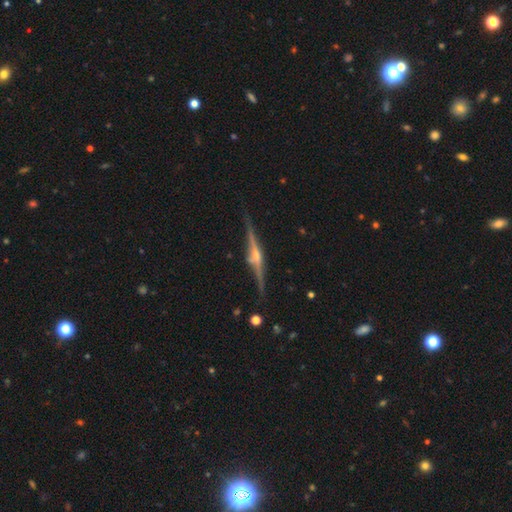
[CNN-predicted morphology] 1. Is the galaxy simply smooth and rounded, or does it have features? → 85% featured or disk, 8% smooth, 7% star or artifact.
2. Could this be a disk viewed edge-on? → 98% yes, 2% no.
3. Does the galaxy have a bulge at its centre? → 84% rounded, 10% boxy, 6% none.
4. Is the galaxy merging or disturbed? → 86% none, 10% minor disturbance, 2% major disturbance, 2% merger.